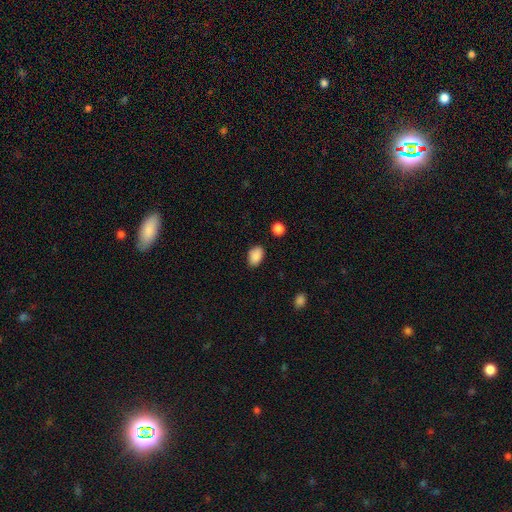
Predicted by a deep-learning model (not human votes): Smooth or featured? smooth (88%)
How rounded? in between (87%)
Merging? none (84%)